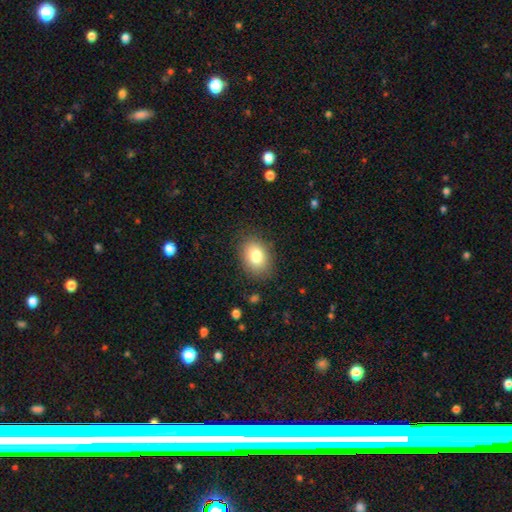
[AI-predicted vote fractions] A smooth galaxy with no disk features (82%) that is in between round and cigar-shaped (72%). Merging: none (84%).